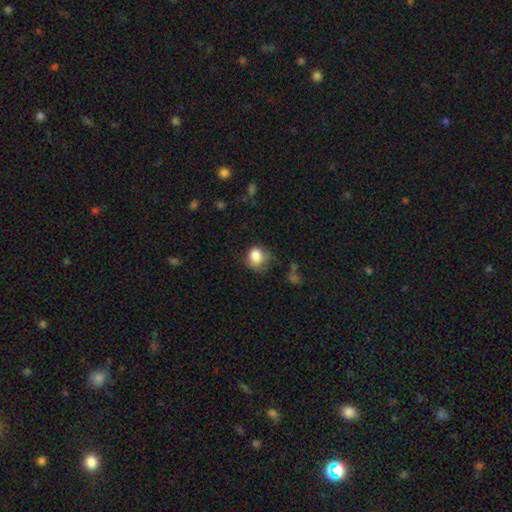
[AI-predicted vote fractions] Morphology: type=smooth (84%); roundness=round (67%); merging=none (51%).